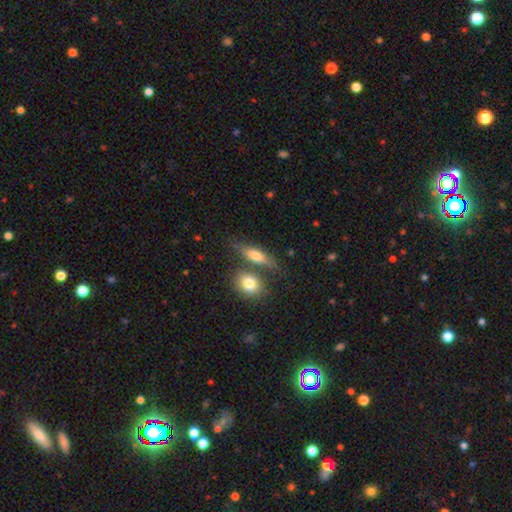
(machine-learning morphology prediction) smooth 66%, featured or disk 27%, star or artifact 7%. Down the decision tree: how rounded — in between (54%); merging — none (60%).